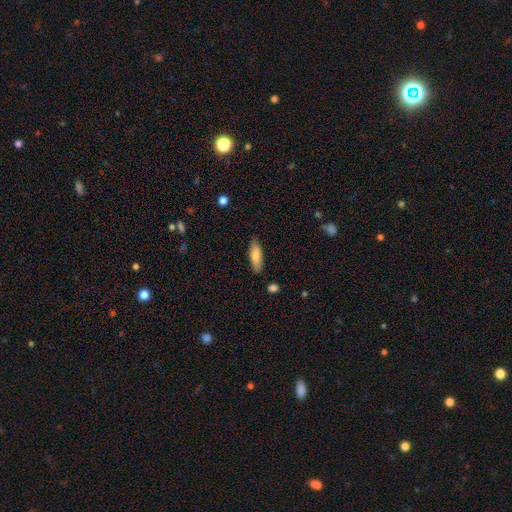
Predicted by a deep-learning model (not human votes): Smooth or featured: smooth — 79% (featured or disk — 15%)
How rounded: in between — 56% (cigar-shaped — 42%)
Merging: none — 85% (minor disturbance — 11%)